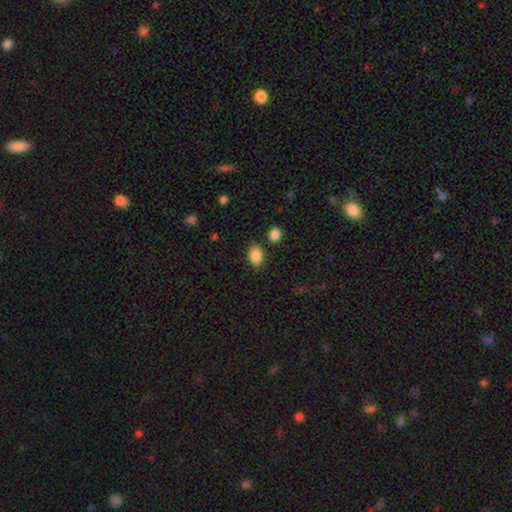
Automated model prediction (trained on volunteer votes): The model was most divided on "how rounded": in between: 80%, round: 19%, cigar-shaped: 1%. More confident: smooth or featured — smooth (88%); merging — none (81%).